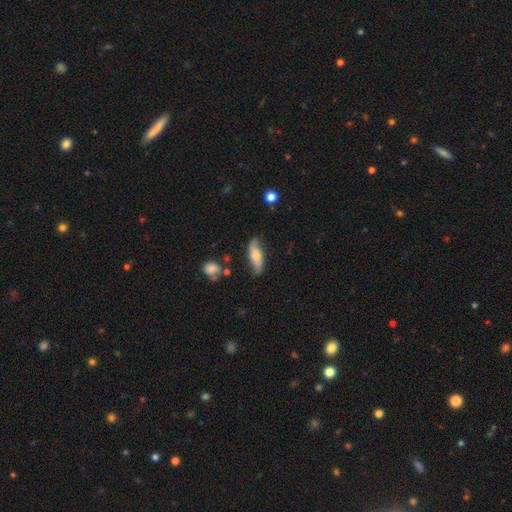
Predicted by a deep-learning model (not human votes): Q: Smooth or featured?
A: featured or disk (49%); runner-up: smooth (45%)
Q: Merging?
A: none (70%); runner-up: minor disturbance (21%)